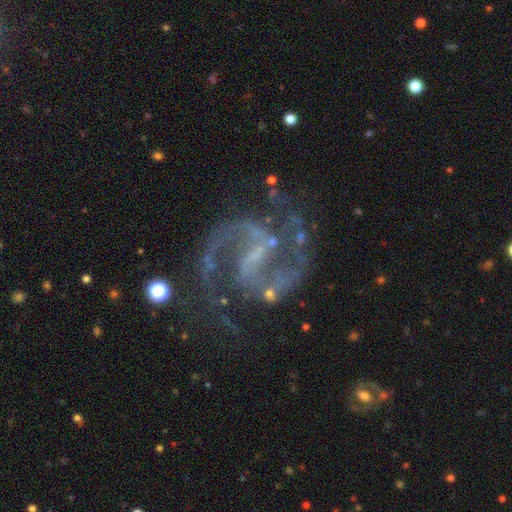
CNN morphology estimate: A featured or disk galaxy (93%) with a weak bar (45%), 2 (93%) medium (65%) spiral arms (98%) and no central bulge (45%, tied with small).

Vote fractions:
- Smooth or featured? featured or disk: 93% / star or artifact: 5% / smooth: 2%
- Edge-on disk? no: 98% / yes: 2%
- Bar? weak: 45% / strong: 40% / no: 14%
- Spiral arms? yes: 98% / no: 2%
- Spiral winding? medium: 65% / loose: 19% / tight: 16%
- Spiral arm count? 2: 93% / can't tell: 2% / 3: 2% / 1: 1% / 4: 1% / more than 4: 1%
- Bulge size? none: 45% (tied) / small: 45% (tied) / moderate: 8% / large: 1% / dominant: 1%
- Merging? none: 74% / minor disturbance: 15% / major disturbance: 9% / merger: 2%